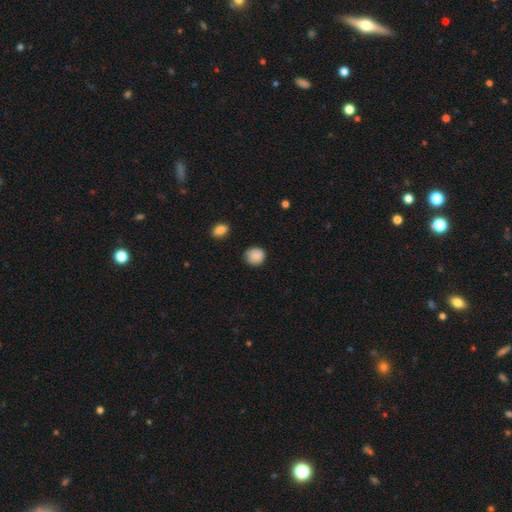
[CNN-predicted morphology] Smooth or featured? smooth (88%)
How rounded? round (87%)
Merging? none (84%)